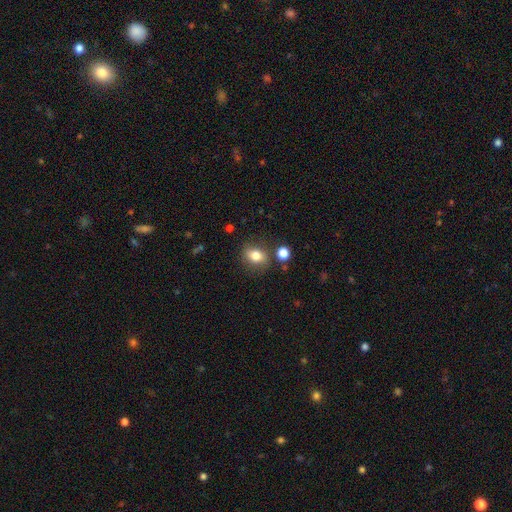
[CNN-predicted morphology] Smooth or featured? smooth (79%)
How rounded? in between (61%)
Merging? none (76%)